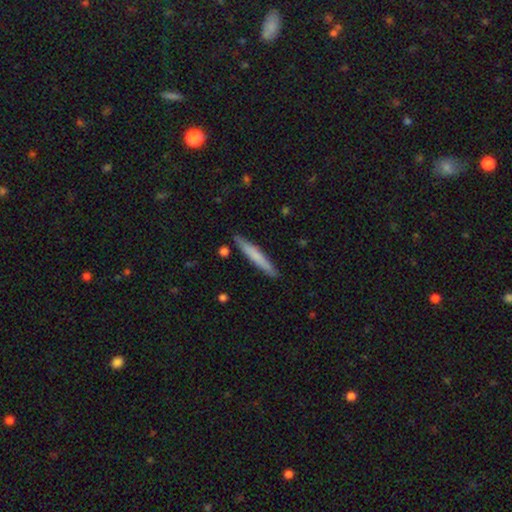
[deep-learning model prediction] smooth 67%, featured or disk 27%, star or artifact 6%. Down the decision tree: how rounded — cigar-shaped (96%); merging — none (89%).